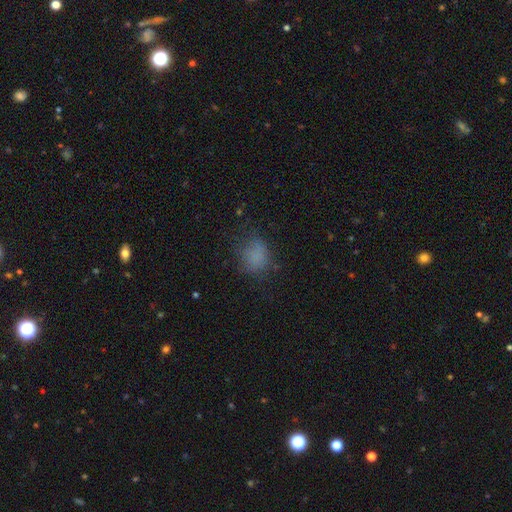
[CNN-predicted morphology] smooth 76%, star or artifact 15%, featured or disk 9%. Down the decision tree: how rounded — round (53%); merging — none (65%).